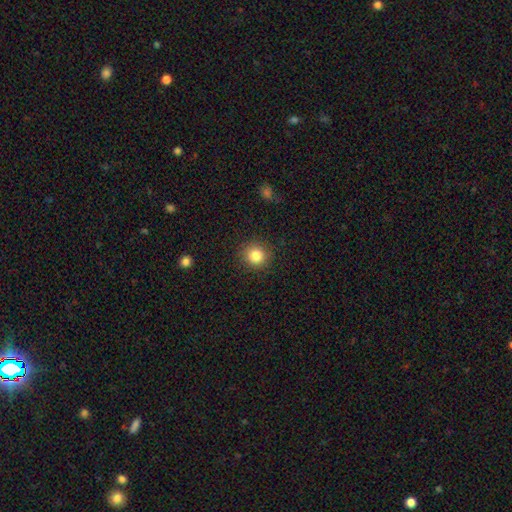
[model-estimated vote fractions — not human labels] Smooth or featured?
  - smooth: 84% *
  - star or artifact: 11%
  - featured or disk: 6%
How rounded?
  - round: 92% *
  - in between: 7%
  - cigar-shaped: 1%
Merging?
  - none: 89% *
  - minor disturbance: 7%
  - major disturbance: 2%
  - merger: 1%